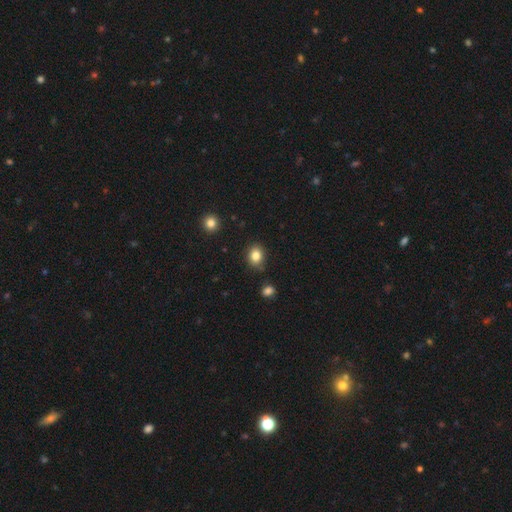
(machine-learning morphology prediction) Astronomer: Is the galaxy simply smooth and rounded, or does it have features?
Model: smooth — 84%.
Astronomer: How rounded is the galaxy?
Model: round — 51% (runner-up: in between, 49%).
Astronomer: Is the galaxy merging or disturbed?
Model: none — 83%.